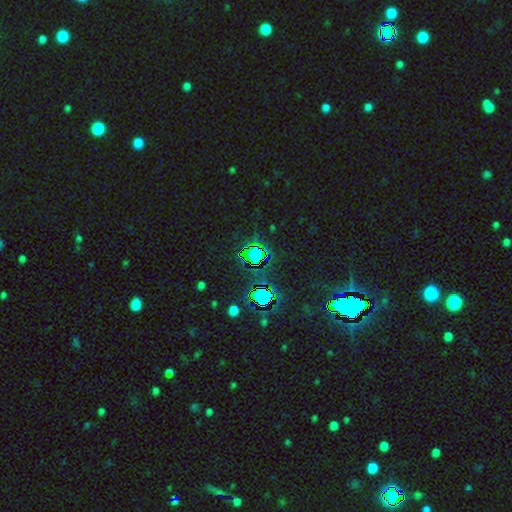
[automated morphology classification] smooth_or_featured: star or artifact (p=0.77) [alt: smooth p=0.15]